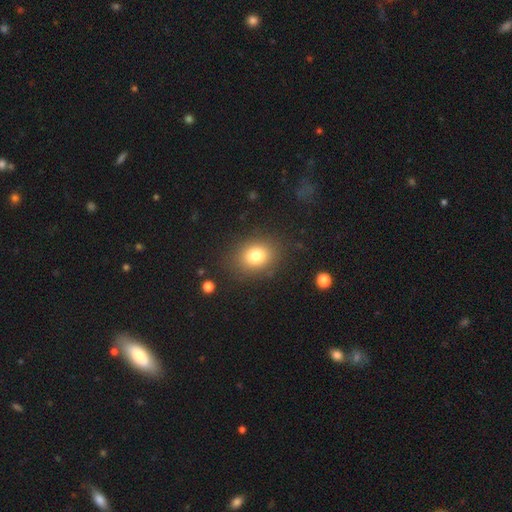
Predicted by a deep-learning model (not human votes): smooth-or-featured: smooth: 79% | star or artifact: 12% | featured or disk: 9%
  how-rounded: round: 52% | in between: 47% | cigar-shaped: 1%
  merging: none: 84% | minor disturbance: 10% | major disturbance: 4% | merger: 2%